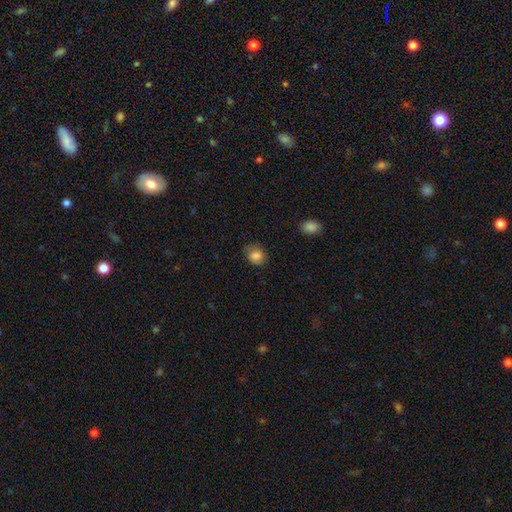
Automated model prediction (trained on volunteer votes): Smooth or featured? smooth (80%)
How rounded? round (50%)
Merging? none (76%)